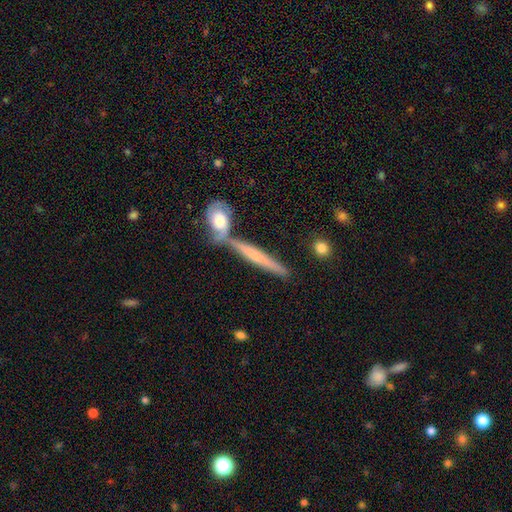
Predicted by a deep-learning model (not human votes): Overall: featured or disk (56%; smooth 37%). Edge-on disk: yes (91%). Edge-on bulge: rounded (51%; none 41%). Merging: none (62%; merger 24%).